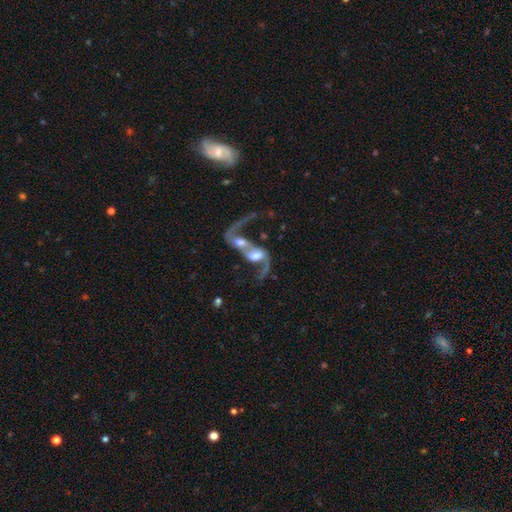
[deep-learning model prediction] A featured or disk galaxy (73%) with no bar (45%), 2 (68%) loose (86%) spiral arms (81%) and a moderate central bulge (46%). Merging: merger (80%).